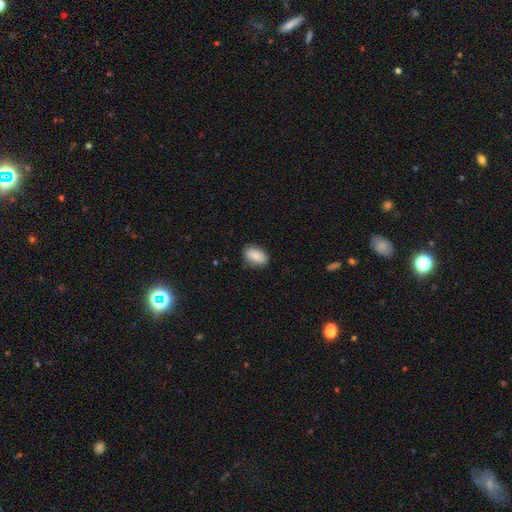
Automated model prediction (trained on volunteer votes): The model was most divided on "merging": none: 82%, minor disturbance: 15%, major disturbance: 3%, merger: 1%. More confident: how rounded — in between (89%); smooth or featured — smooth (85%).